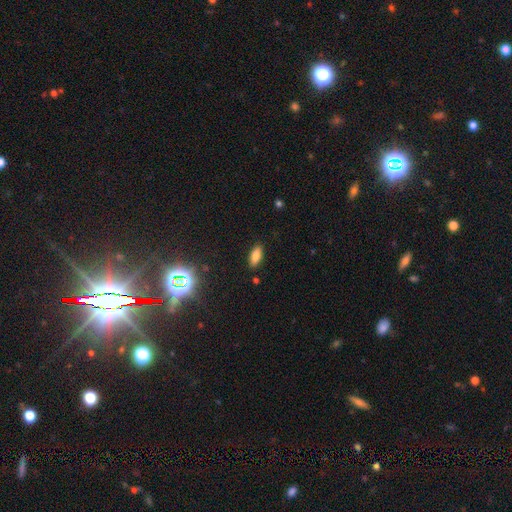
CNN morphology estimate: Overall: smooth (79%). How rounded: in between (82%). Merging: none (88%).